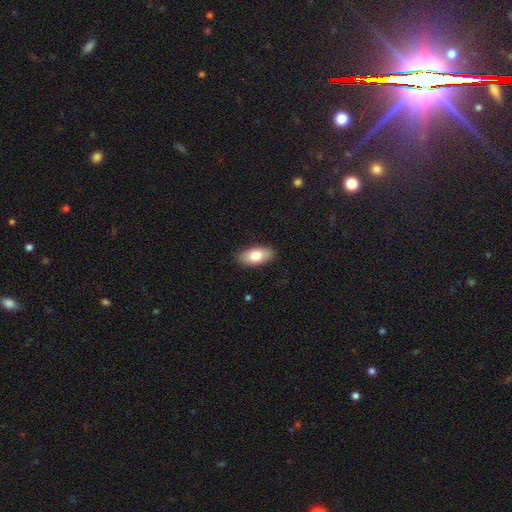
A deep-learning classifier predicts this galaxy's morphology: Smooth or featured?
  - smooth: 78% *
  - featured or disk: 16%
  - star or artifact: 6%
How rounded?
  - in between: 92% *
  - cigar-shaped: 5%
  - round: 3%
Merging?
  - none: 88% *
  - minor disturbance: 9%
  - major disturbance: 2%
  - merger: 1%